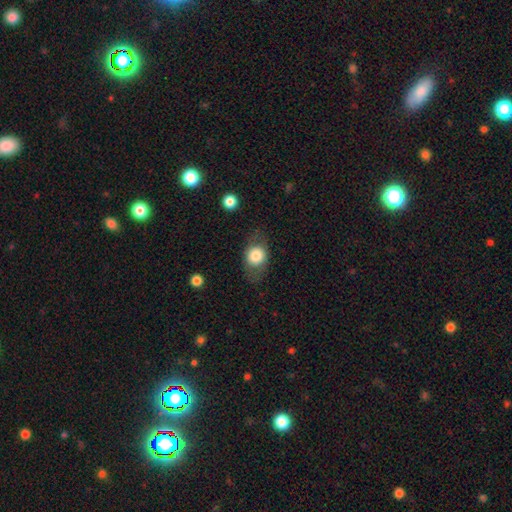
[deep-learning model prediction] This is likely a smooth galaxy (72%). How rounded: possibly in between (50%). Merging: likely none (73%).